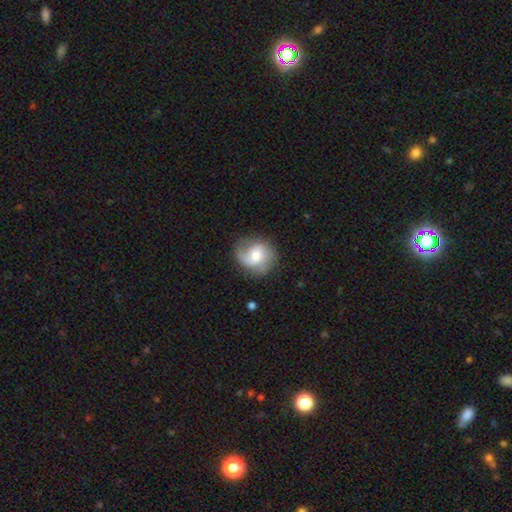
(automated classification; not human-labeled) This is possibly a featured or disk galaxy (53%). It is clearly not viewed edge-on (97%). Bar: possibly no (57%). Spiral arm pattern: clearly yes (86%). Central bulge: possibly moderate (59%). Merging: likely none (70%).